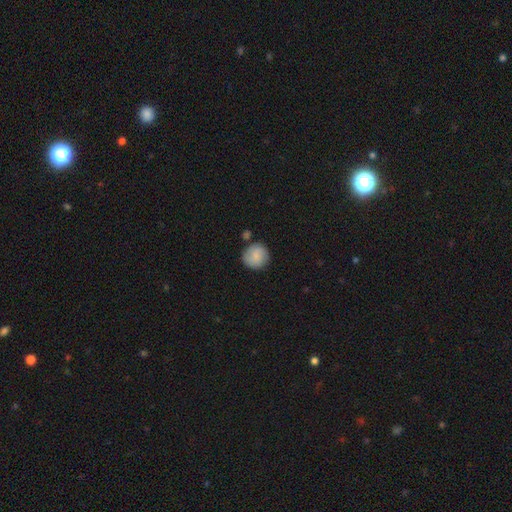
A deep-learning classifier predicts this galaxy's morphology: smooth 81%, featured or disk 13%, star or artifact 7%. Down the decision tree: how rounded — round (93%); merging — none (77%).